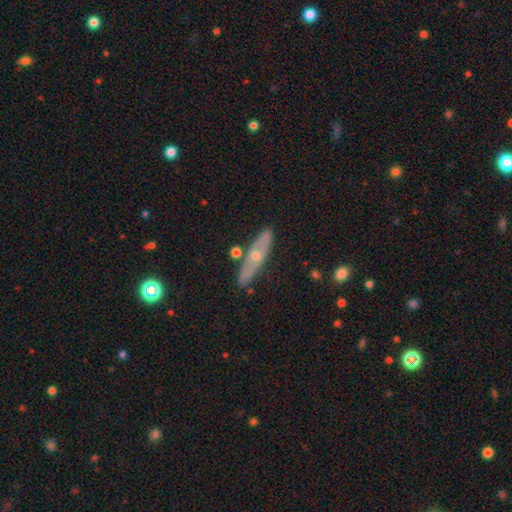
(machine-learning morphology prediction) The model was most divided on "edge-on disk": yes: 59%, no: 41%. More confident: merging — none (81%); smooth or featured — featured or disk (57%).